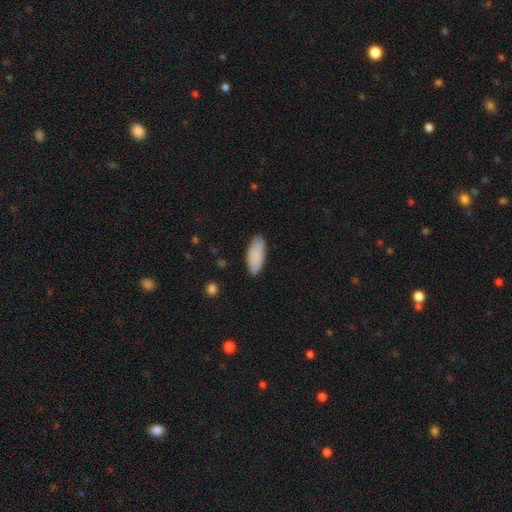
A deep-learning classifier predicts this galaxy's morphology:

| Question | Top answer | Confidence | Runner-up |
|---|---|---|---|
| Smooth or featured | smooth | 88% | featured or disk (6%) |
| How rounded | in between | 82% | cigar-shaped (17%) |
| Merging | none | 83% | minor disturbance (13%) |